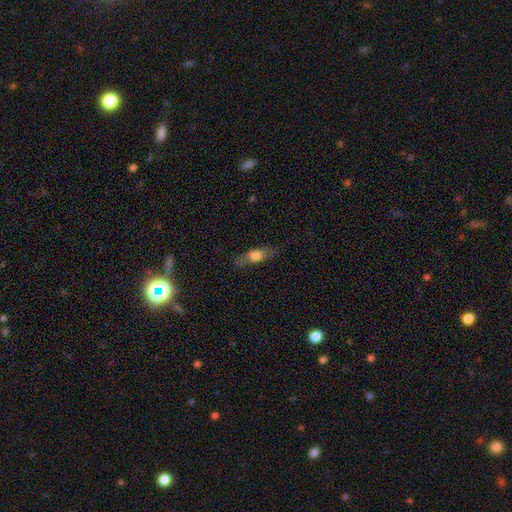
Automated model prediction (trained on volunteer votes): Q: Smooth or featured?
A: smooth (62%); runner-up: featured or disk (30%)
Q: How rounded?
A: in between (56%); runner-up: cigar-shaped (39%)
Q: Merging?
A: none (73%); runner-up: minor disturbance (18%)